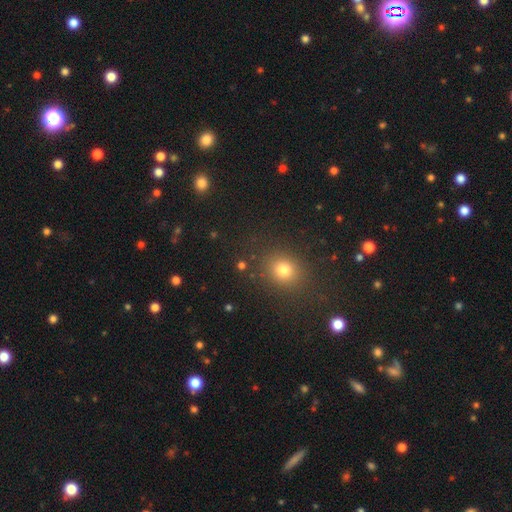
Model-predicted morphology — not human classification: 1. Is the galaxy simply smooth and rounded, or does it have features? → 61% smooth, 33% star or artifact, 6% featured or disk.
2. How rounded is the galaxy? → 79% round, 20% in between, 1% cigar-shaped.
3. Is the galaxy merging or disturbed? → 89% none, 7% minor disturbance, 3% major disturbance, 2% merger.